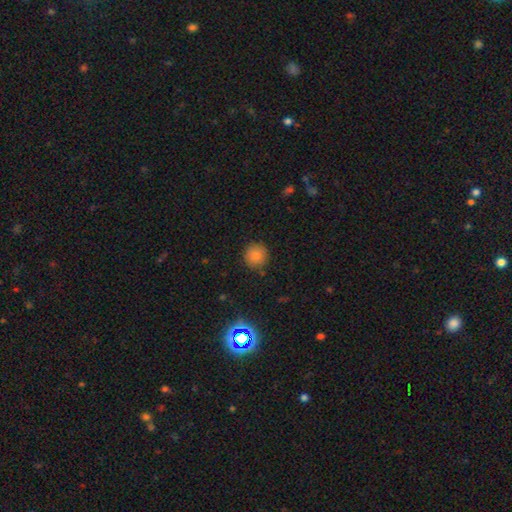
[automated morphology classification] smooth-or-featured: smooth: 79% | star or artifact: 13% | featured or disk: 8%
  how-rounded: round: 94% | in between: 5% | cigar-shaped: 1%
  merging: none: 87% | minor disturbance: 9% | major disturbance: 2% | merger: 2%